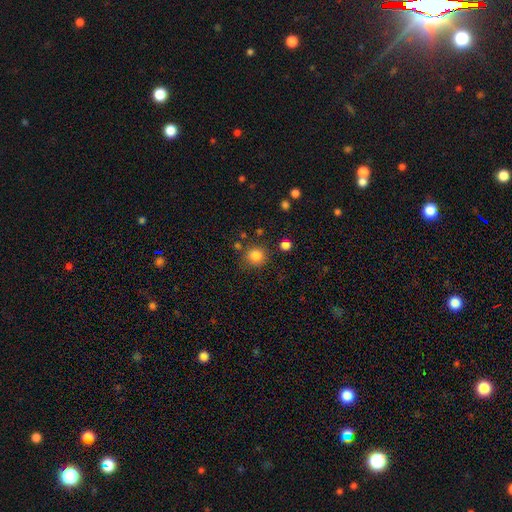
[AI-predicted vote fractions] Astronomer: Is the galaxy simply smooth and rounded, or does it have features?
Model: smooth — 83%.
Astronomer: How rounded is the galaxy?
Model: round — 91%.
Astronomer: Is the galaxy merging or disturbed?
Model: none — 81%.